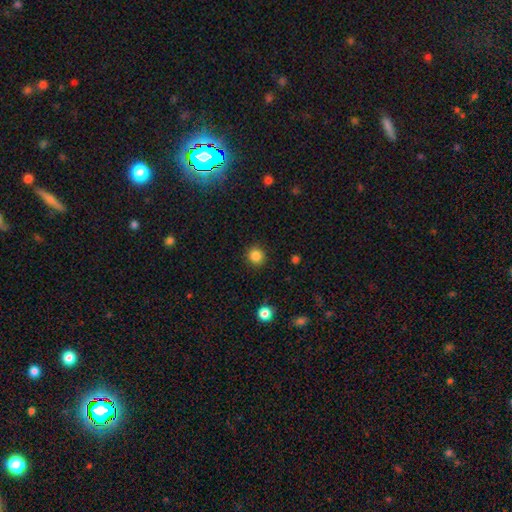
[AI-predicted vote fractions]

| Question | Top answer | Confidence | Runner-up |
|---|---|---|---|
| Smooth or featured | smooth | 85% | star or artifact (12%) |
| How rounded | round | 93% | in between (6%) |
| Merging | none | 91% | minor disturbance (6%) |